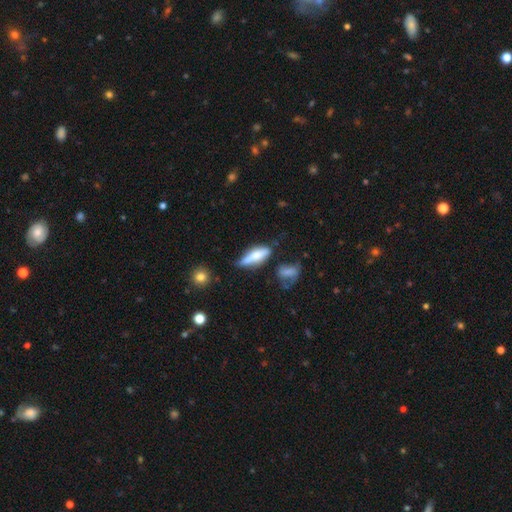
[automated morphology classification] type=smooth (59%); roundness=cigar-shaped (53%); merging=none (51%).